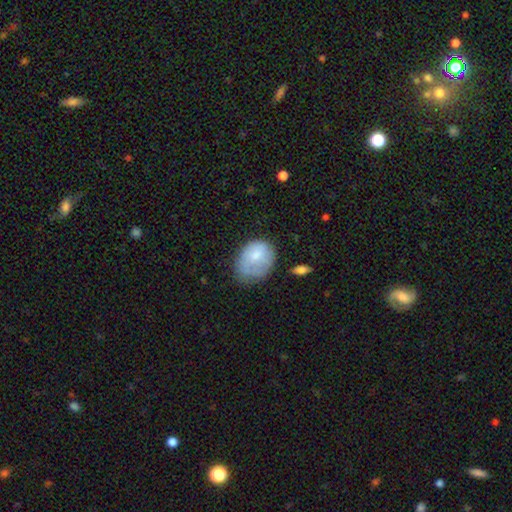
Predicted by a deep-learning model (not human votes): Overall: smooth (70%). How rounded: in between (57%; round 42%). Merging: minor disturbance (38%; none 36%).